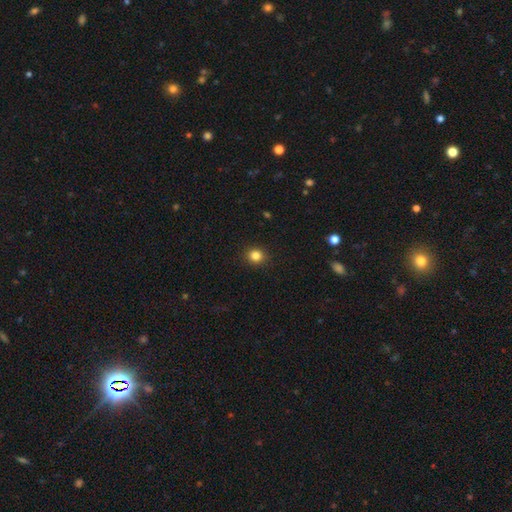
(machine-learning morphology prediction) Overall: smooth (83%). How rounded: round (87%). Merging: none (92%).